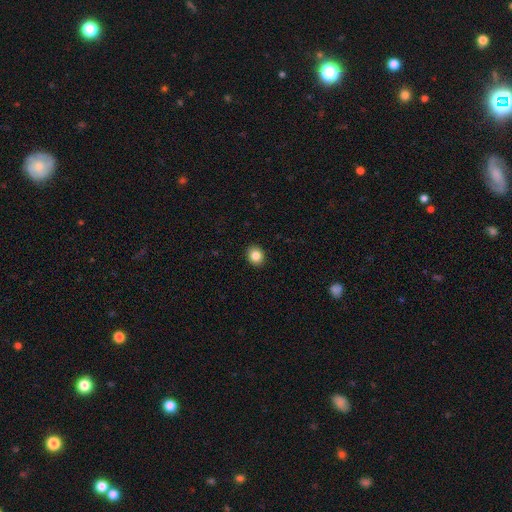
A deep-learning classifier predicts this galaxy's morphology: Overall: smooth (84%). How rounded: round (68%; in between 31%). Merging: none (92%).